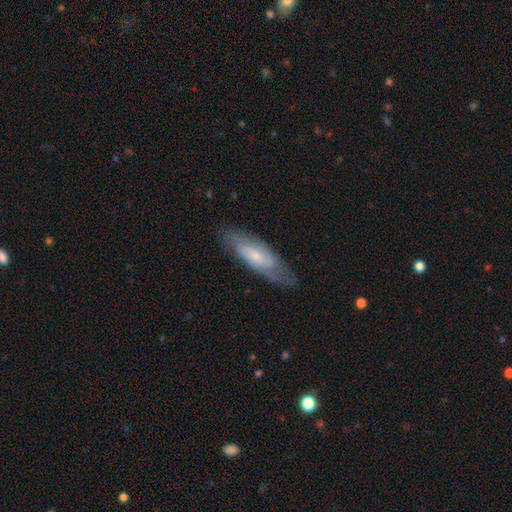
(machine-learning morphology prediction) smooth_or_featured: smooth (p=0.47) [alt: featured or disk p=0.46]
merging: none (p=0.72) [alt: minor disturbance p=0.20]